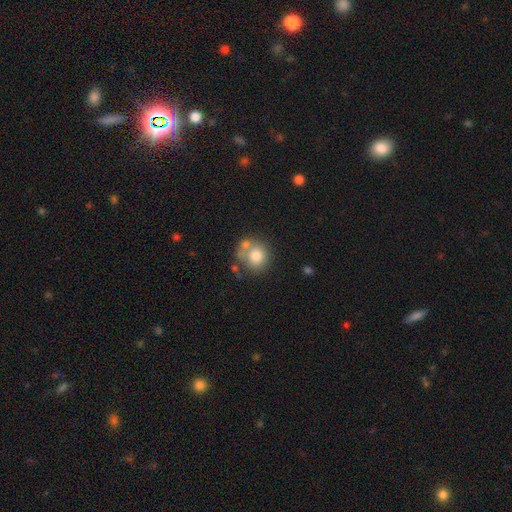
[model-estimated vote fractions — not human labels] Smooth or featured: smooth — 76% (featured or disk — 15%)
How rounded: round — 84% (in between — 15%)
Merging: none — 47% (merger — 29%)